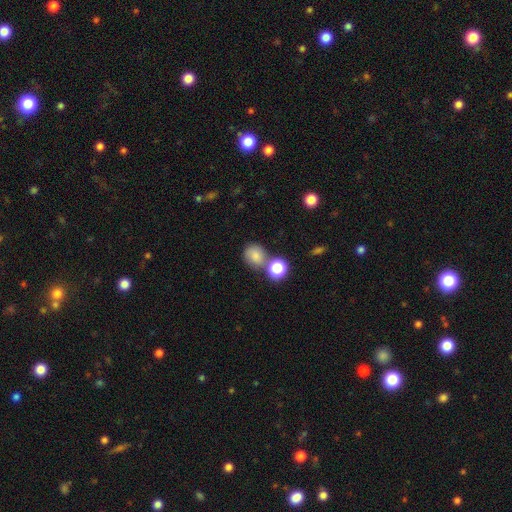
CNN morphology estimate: Smooth or featured?
  - smooth: 77% *
  - star or artifact: 13%
  - featured or disk: 10%
How rounded?
  - round: 75% *
  - in between: 24%
  - cigar-shaped: 1%
Merging?
  - none: 54% *
  - merger: 27%
  - minor disturbance: 13%
  - major disturbance: 5%